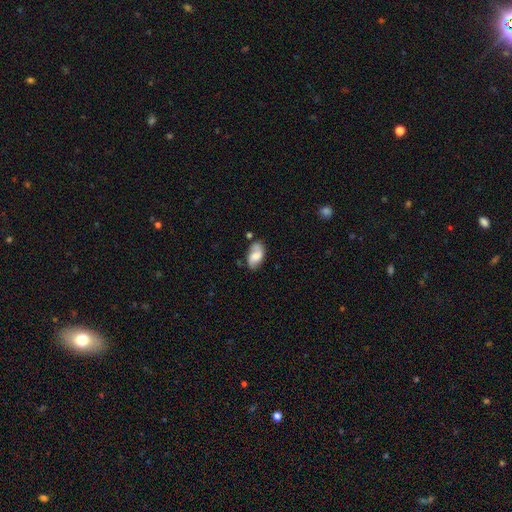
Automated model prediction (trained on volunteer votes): This is possibly a smooth galaxy (52%). How rounded: clearly in between (92%). Merging: possibly none (58%).